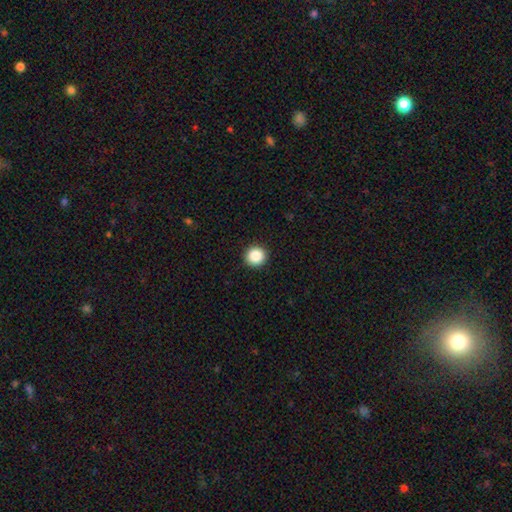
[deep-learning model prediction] Smooth or featured: smooth — 87% (star or artifact — 9%)
How rounded: round — 95% (in between — 4%)
Merging: none — 93% (minor disturbance — 4%)